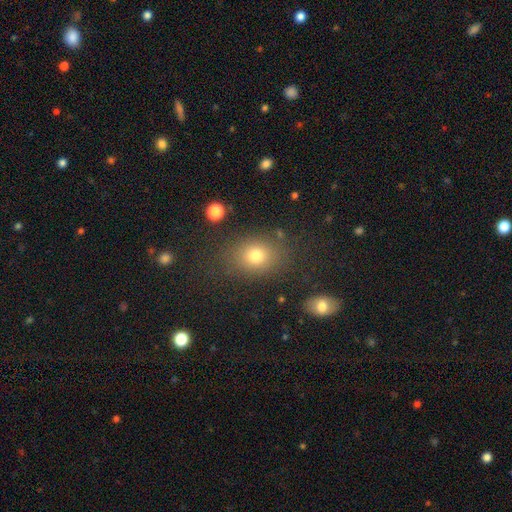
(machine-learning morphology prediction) Smooth or featured?
  - smooth: 76% *
  - star or artifact: 14%
  - featured or disk: 10%
How rounded?
  - in between: 55% *
  - round: 43%
  - cigar-shaped: 1%
Merging?
  - none: 78% *
  - minor disturbance: 13%
  - major disturbance: 6%
  - merger: 3%